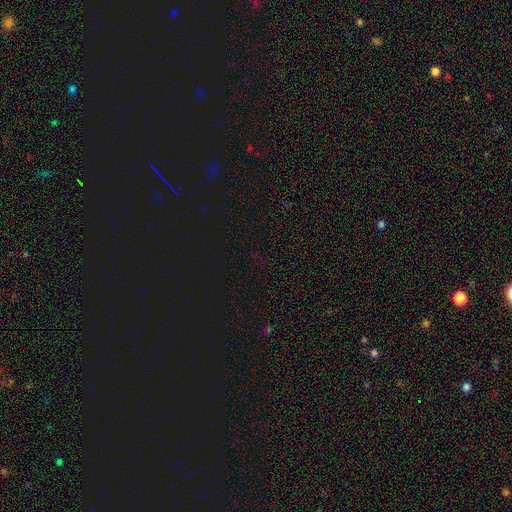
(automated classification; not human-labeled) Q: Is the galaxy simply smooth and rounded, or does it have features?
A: star or artifact — 75%.